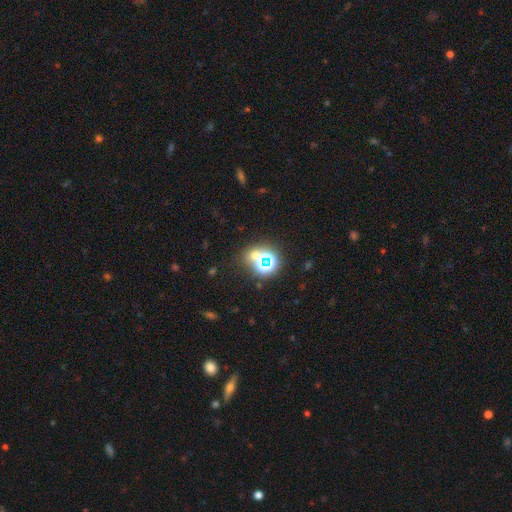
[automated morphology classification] This is possibly a star or artifact rather than a galaxy (57%).